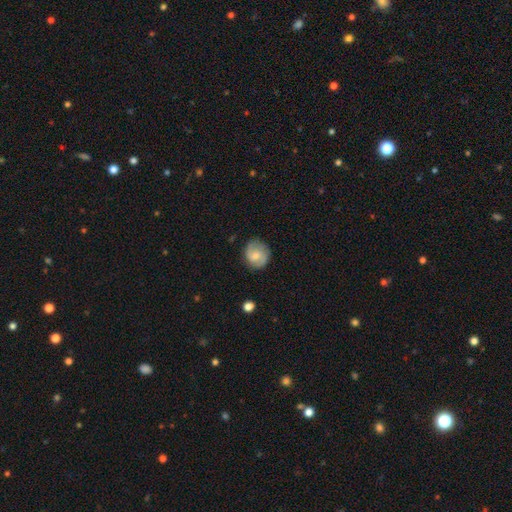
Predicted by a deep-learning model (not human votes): Overall: featured or disk (57%; smooth 36%). Edge-on disk: no (98%). Bar: no (52%; weak 42%). Spiral arms: yes (91%). Spiral arm count: 2 (84%). Spiral winding: medium (47%; tight 34%). Bulge size: moderate (46%; small 43%). Merging: none (80%).